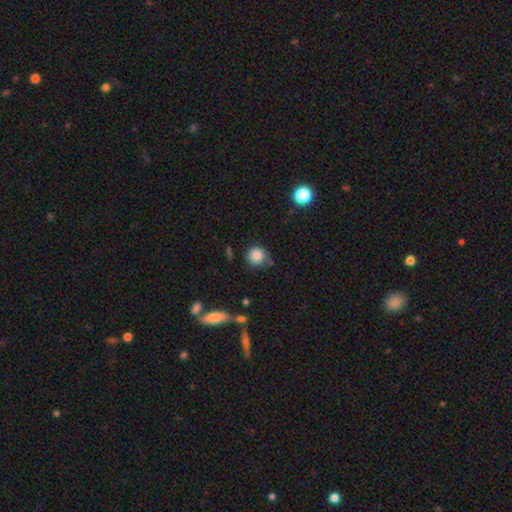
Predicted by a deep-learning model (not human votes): Smooth or featured? smooth (85%)
How rounded? round (90%)
Merging? none (71%)